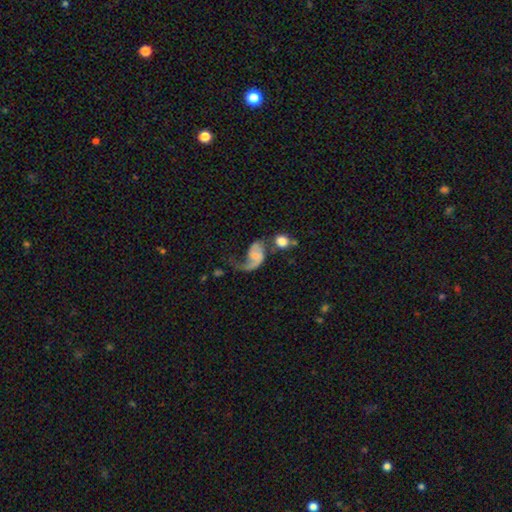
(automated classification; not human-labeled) featured or disk 71%, smooth 22%, star or artifact 7%. Down the decision tree: edge-on disk — no (97%); bar — no (56%); spiral arms — yes (89%); spiral arm count — 1 (48%); spiral winding — loose (68%); bulge size — small (46%); merging — major disturbance (41%).